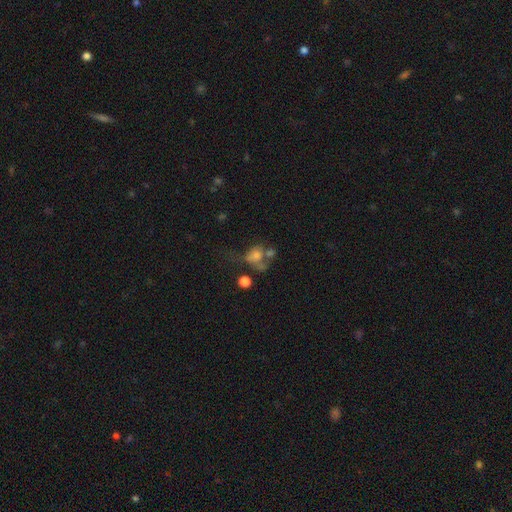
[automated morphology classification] smooth 60%, featured or disk 24%, star or artifact 16%. Down the decision tree: how rounded — round (54%); merging — merger (31%).